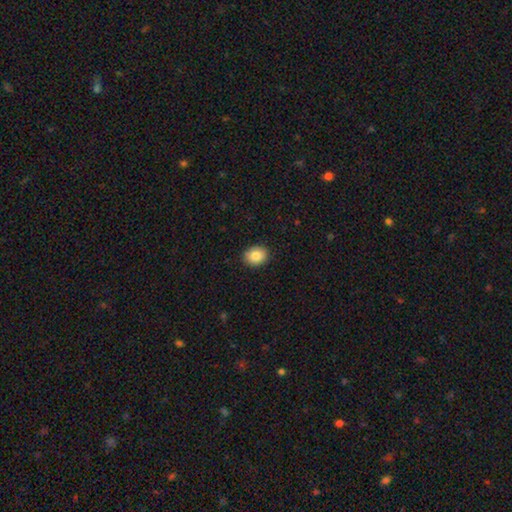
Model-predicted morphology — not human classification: The model was most divided on "how rounded": round: 52%, in between: 47%, cigar-shaped: 1%. More confident: merging — none (90%); smooth or featured — smooth (85%).